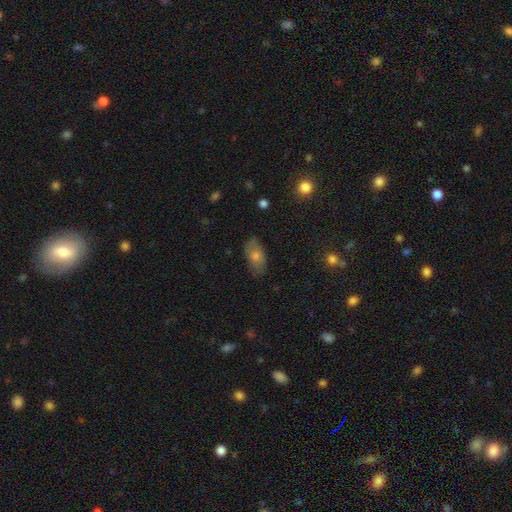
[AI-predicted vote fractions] Smooth or featured: smooth — 63% (featured or disk — 25%)
How rounded: in between — 88% (round — 7%)
Merging: none — 78% (minor disturbance — 17%)